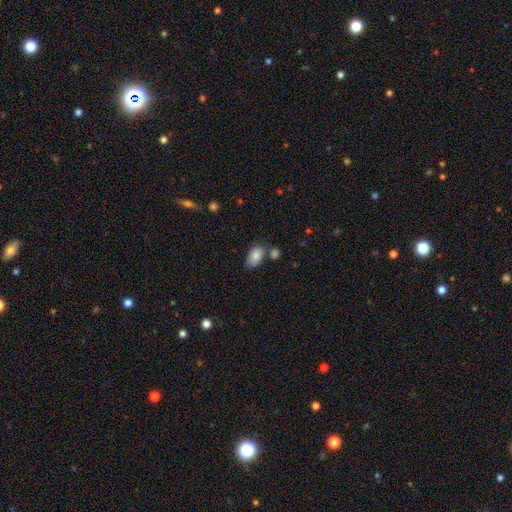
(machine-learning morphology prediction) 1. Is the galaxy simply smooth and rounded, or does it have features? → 85% smooth, 8% featured or disk, 7% star or artifact.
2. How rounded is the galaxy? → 93% in between, 5% round, 2% cigar-shaped.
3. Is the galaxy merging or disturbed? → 61% none, 19% minor disturbance, 15% merger, 5% major disturbance.